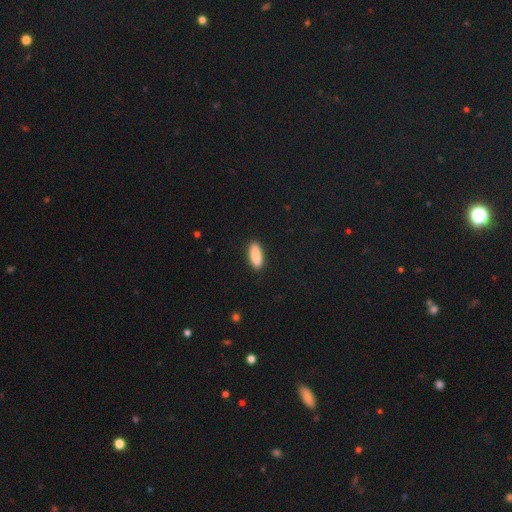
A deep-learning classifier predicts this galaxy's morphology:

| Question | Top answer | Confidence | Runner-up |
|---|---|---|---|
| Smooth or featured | smooth | 89% | star or artifact (6%) |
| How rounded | in between | 70% | cigar-shaped (29%) |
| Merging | none | 89% | minor disturbance (8%) |